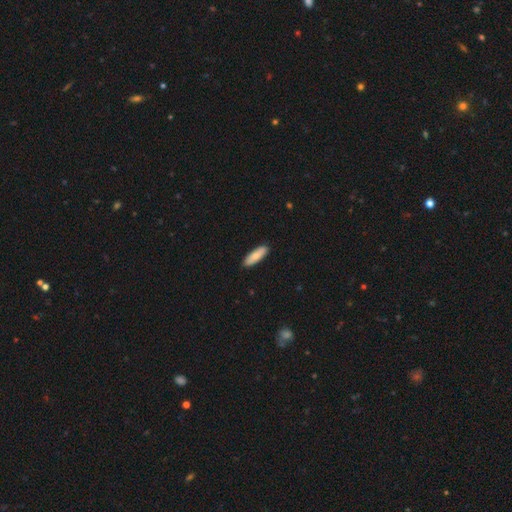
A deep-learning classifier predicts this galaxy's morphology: Smooth or featured? smooth (83%)
How rounded? cigar-shaped (51%)
Merging? none (90%)